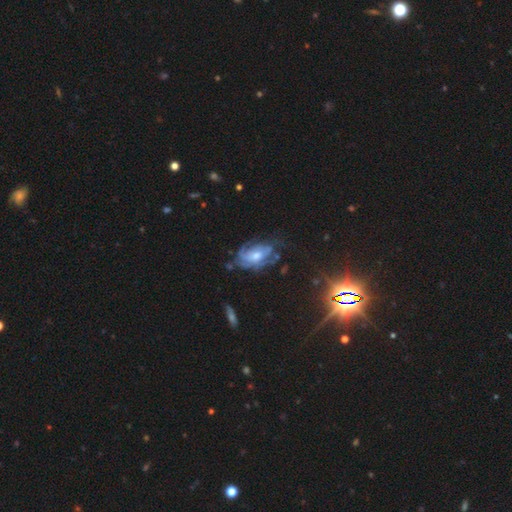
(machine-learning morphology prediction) A featured or disk galaxy (77%) with no bar (66%), tight (51%) spiral arms (86%) and a moderate central bulge (58%). Merging: none (52%).